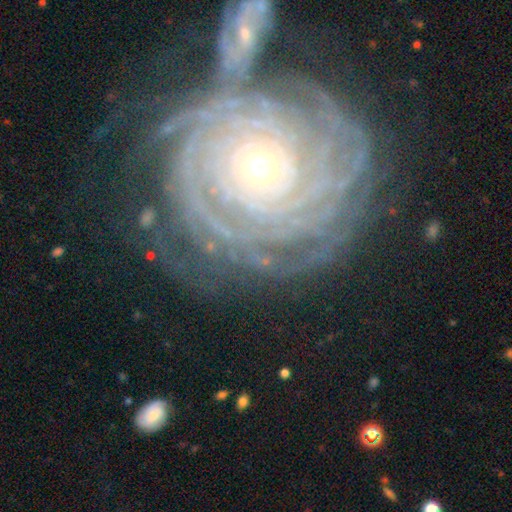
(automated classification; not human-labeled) This is clearly a featured or disk galaxy (87%). It is clearly not viewed edge-on (96%). Bar: likely no (79%). Spiral arm pattern: clearly yes (95%). Spiral arm count: marginally more than 4 (34%). Spiral winding: clearly tight (86%). Central bulge: possibly small (56%). Merging: likely none (78%).